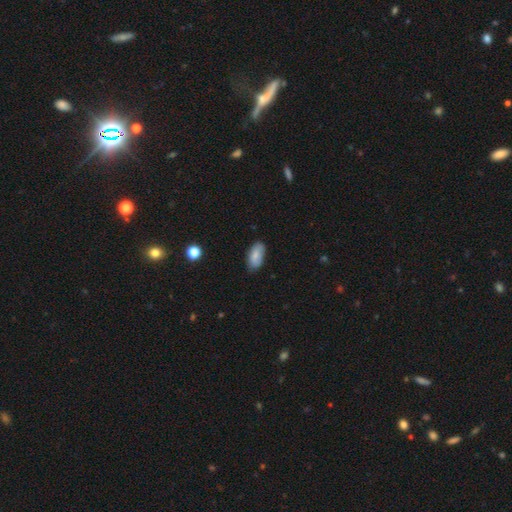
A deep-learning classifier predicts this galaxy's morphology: A smooth galaxy with no disk features (83%) that is in between round and cigar-shaped (92%). Merging: none (79%).